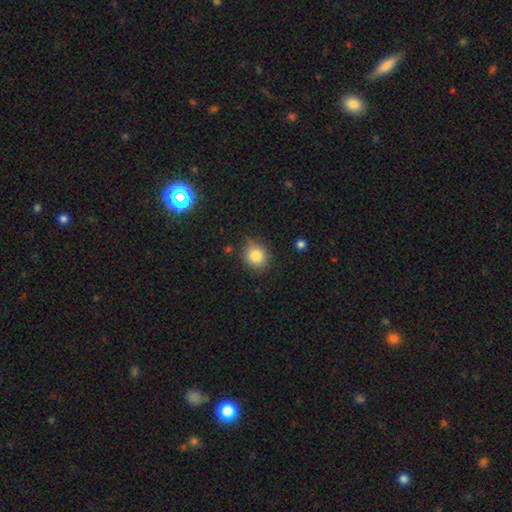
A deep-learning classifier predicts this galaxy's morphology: Smooth or featured?
  - smooth: 83% *
  - star or artifact: 10%
  - featured or disk: 6%
How rounded?
  - round: 79% *
  - in between: 20%
  - cigar-shaped: 1%
Merging?
  - none: 77% *
  - minor disturbance: 18%
  - major disturbance: 3%
  - merger: 2%